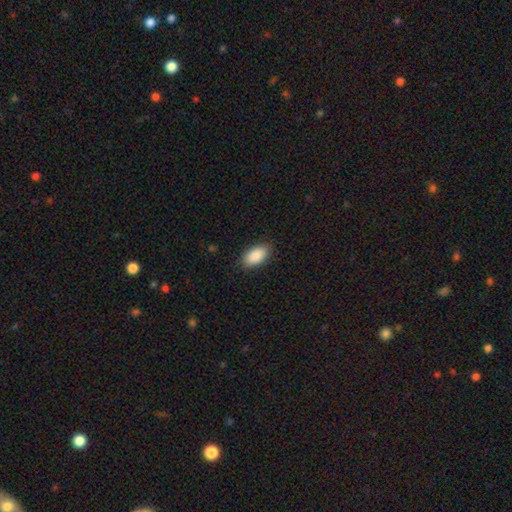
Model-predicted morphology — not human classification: smooth 89%, star or artifact 6%, featured or disk 4%. Down the decision tree: how rounded — in between (94%); merging — none (87%).